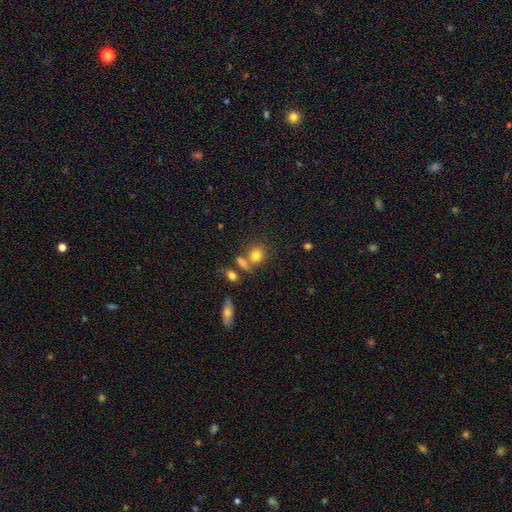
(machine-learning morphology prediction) A smooth galaxy with no disk features (80%) that is round (69%).

Vote fractions:
- Smooth or featured? smooth: 80% / star or artifact: 11% / featured or disk: 9%
- How rounded? round: 69% / in between: 29% / cigar-shaped: 2%
- Merging? none: 59% / merger: 24% / minor disturbance: 12% / major disturbance: 5%